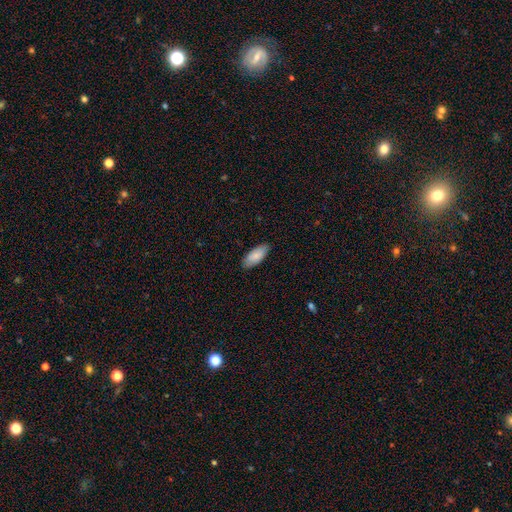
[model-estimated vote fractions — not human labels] Overall: smooth (86%). How rounded: in between (86%). Merging: none (87%).